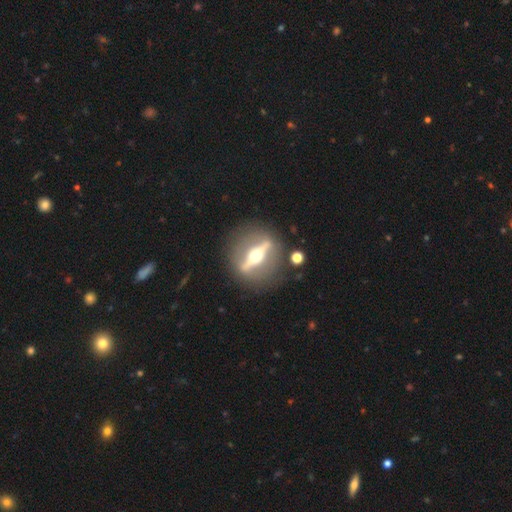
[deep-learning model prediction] The model was most divided on "edge-on disk": yes: 71%, no: 29%. More confident: edge-on bulge — rounded (95%); smooth or featured — featured or disk (82%); merging — none (82%).